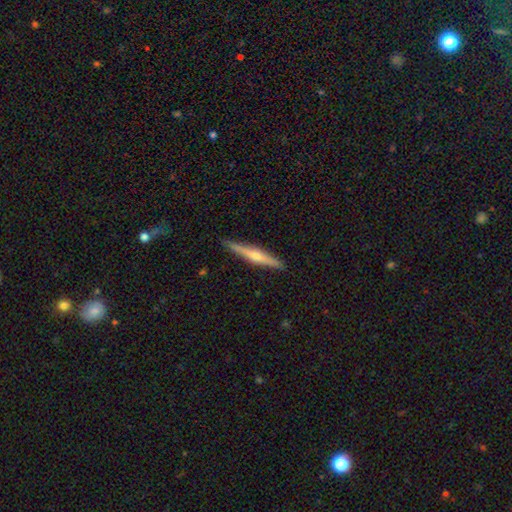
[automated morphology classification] The model was most divided on "smooth or featured": featured or disk: 64%, smooth: 31%, star or artifact: 5%. More confident: edge-on disk — yes (98%); merging — none (90%); edge-on bulge — rounded (75%).